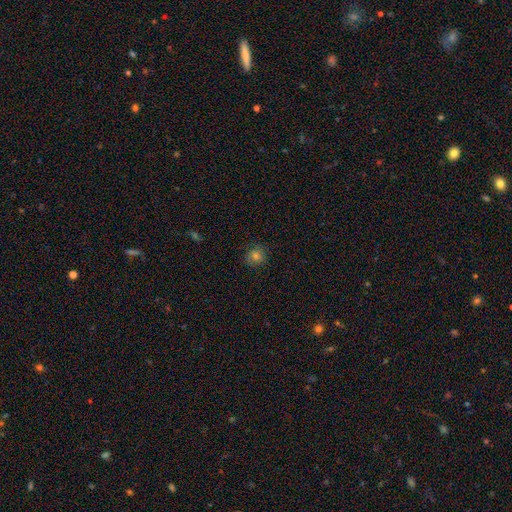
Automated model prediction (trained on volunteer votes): This is likely a smooth galaxy (76%). How rounded: clearly round (85%). Merging: clearly none (84%).